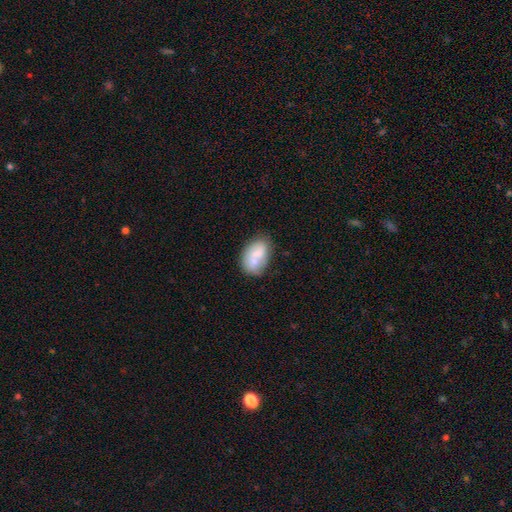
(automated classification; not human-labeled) A smooth galaxy with no disk features (70%) that is in between round and cigar-shaped (86%).

Vote fractions:
- Smooth or featured? smooth: 70% / featured or disk: 23% / star or artifact: 7%
- How rounded? in between: 86% / round: 13% / cigar-shaped: 1%
- Merging? none: 47% / merger: 26% / minor disturbance: 20% / major disturbance: 7%